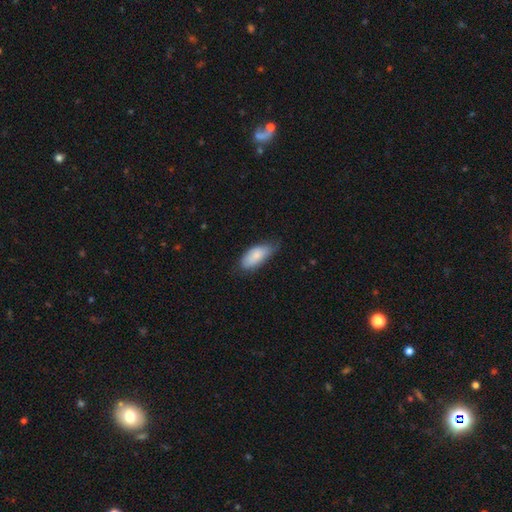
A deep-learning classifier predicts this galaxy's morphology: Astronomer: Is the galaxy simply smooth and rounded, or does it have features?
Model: smooth — 83%.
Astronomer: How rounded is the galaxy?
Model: in between — 89%.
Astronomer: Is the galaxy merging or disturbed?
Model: none — 53% (runner-up: minor disturbance, 39%).